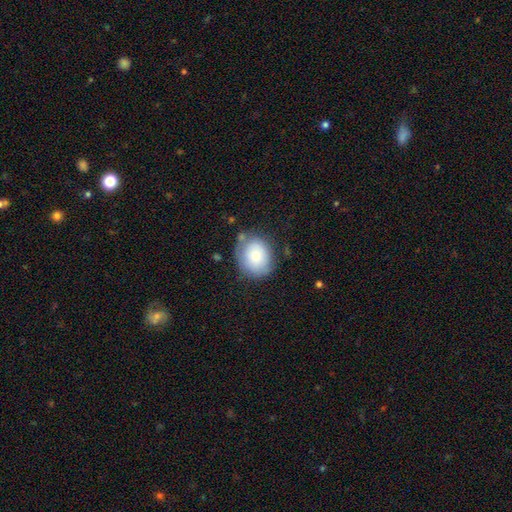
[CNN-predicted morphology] Q: Smooth or featured?
A: smooth (80%); runner-up: featured or disk (13%)
Q: How rounded?
A: round (53%); runner-up: in between (46%)
Q: Merging?
A: none (67%); runner-up: minor disturbance (22%)